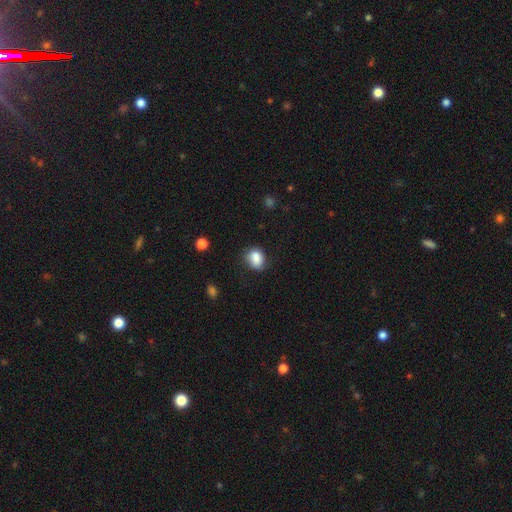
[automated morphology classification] smooth-or-featured: smooth: 85% | star or artifact: 9% | featured or disk: 7%
  how-rounded: in between: 55% | round: 44% | cigar-shaped: 1%
  merging: none: 70% | minor disturbance: 22% | major disturbance: 6% | merger: 3%